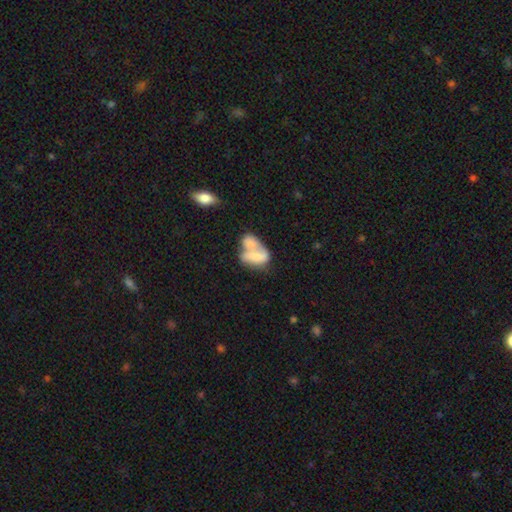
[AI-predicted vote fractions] Smooth or featured: smooth — 64% (featured or disk — 28%)
How rounded: in between — 87% (round — 10%)
Merging: merger — 72% (none — 12%)